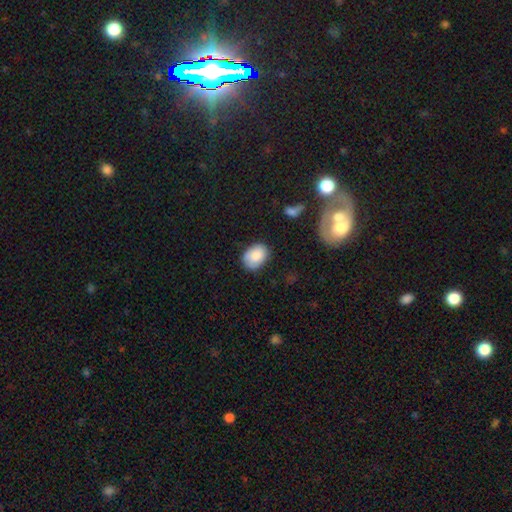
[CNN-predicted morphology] Smooth or featured? smooth (84%)
How rounded? in between (73%)
Merging? none (75%)